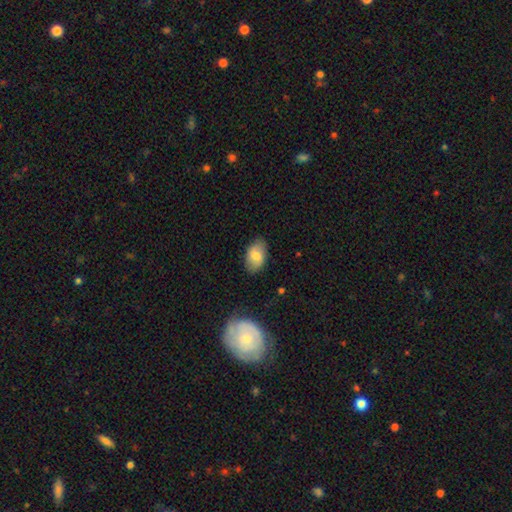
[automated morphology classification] type=smooth (77%); roundness=in between (92%); merging=none (82%).